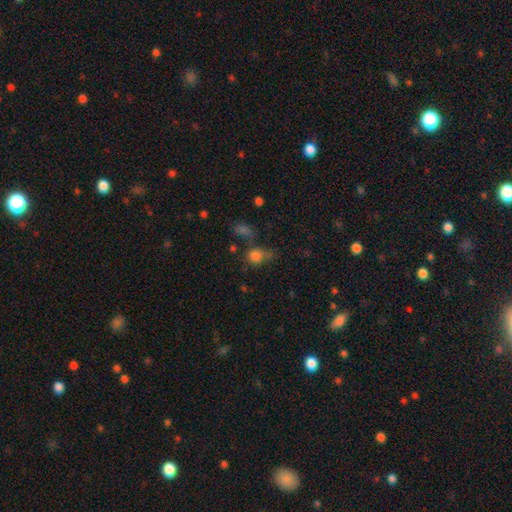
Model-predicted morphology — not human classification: A smooth galaxy with no disk features (77%) that is round (68%).

Vote fractions:
- Smooth or featured? smooth: 77% / star or artifact: 15% / featured or disk: 9%
- How rounded? round: 68% / in between: 30% / cigar-shaped: 2%
- Merging? none: 45% / minor disturbance: 21% / merger: 19% / major disturbance: 14%